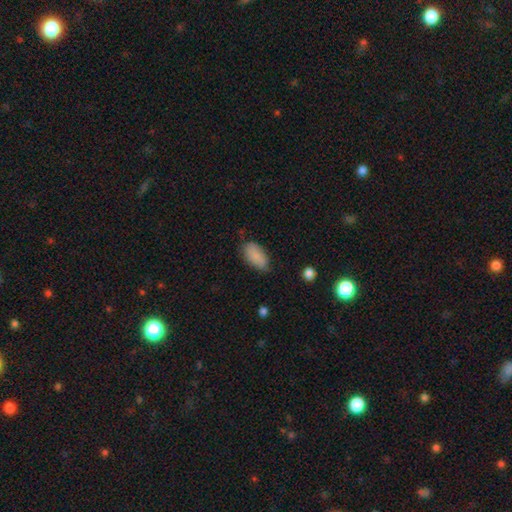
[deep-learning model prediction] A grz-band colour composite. It shows a smooth galaxy with no disk features (85%) that is in between round and cigar-shaped (93%). Merging: none (68%).